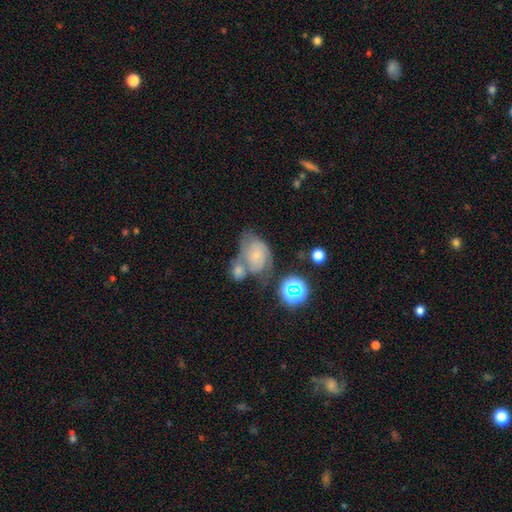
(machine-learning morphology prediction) Overall: featured or disk (50%; smooth 34%). Merging: merger (41%; none 31%).